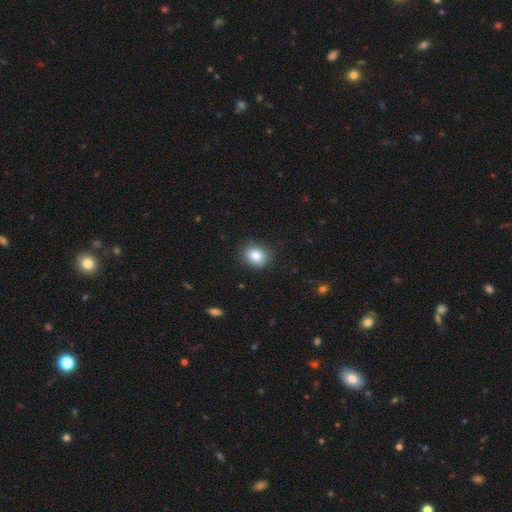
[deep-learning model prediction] smooth-or-featured: smooth: 83% | star or artifact: 10% | featured or disk: 7%
  how-rounded: round: 66% | in between: 33% | cigar-shaped: 1%
  merging: none: 87% | minor disturbance: 10% | major disturbance: 2% | merger: 1%